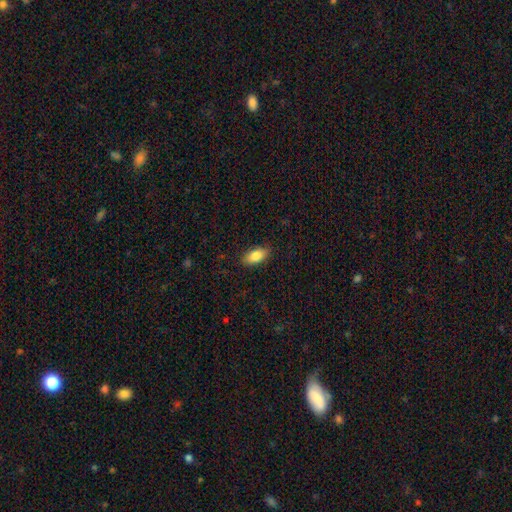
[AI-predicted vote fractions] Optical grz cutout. It shows a smooth galaxy with no disk features (85%) that is in between round and cigar-shaped (90%). Merging: none (87%).